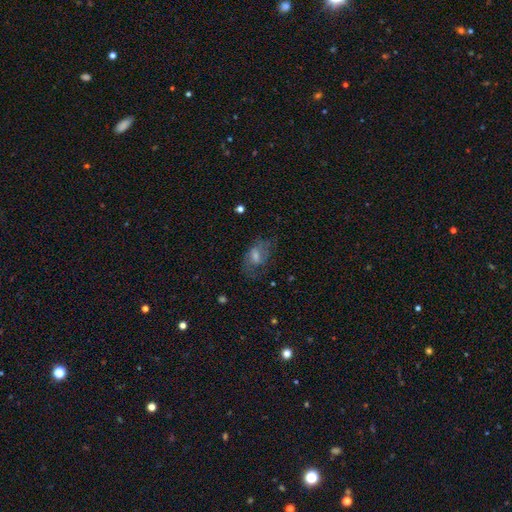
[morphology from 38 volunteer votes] Volunteers were most divided on "spiral arms" (2-way tie): yes: 50%, no: 50%. Remaining: edge-on disk — no (100%); spiral arm count — can't tell (70%); spiral winding — loose (60%); smooth or featured — featured or disk (53%); merging — none (51%); bar — weak (45%); bulge size — small (40%).